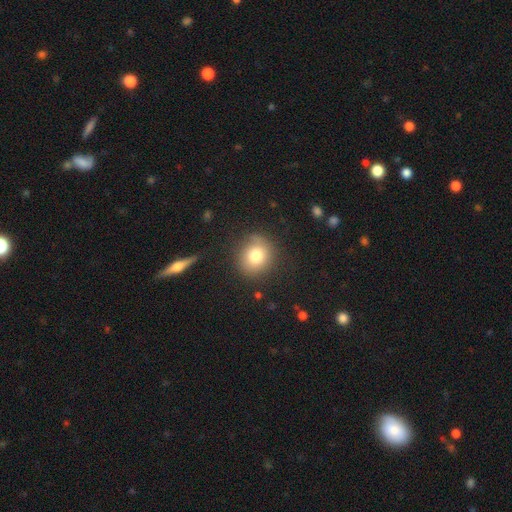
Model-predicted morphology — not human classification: Smooth or featured: smooth — 78% (featured or disk — 11%)
How rounded: round — 84% (in between — 15%)
Merging: none — 82% (minor disturbance — 12%)